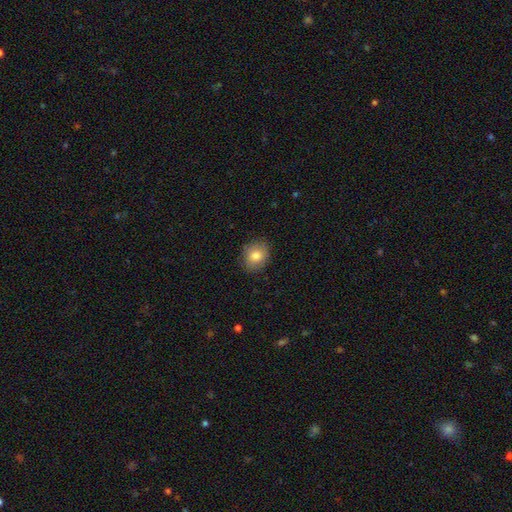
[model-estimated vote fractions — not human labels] Smooth or featured: smooth — 82% (featured or disk — 9%)
How rounded: round — 63% (in between — 36%)
Merging: none — 86% (minor disturbance — 11%)